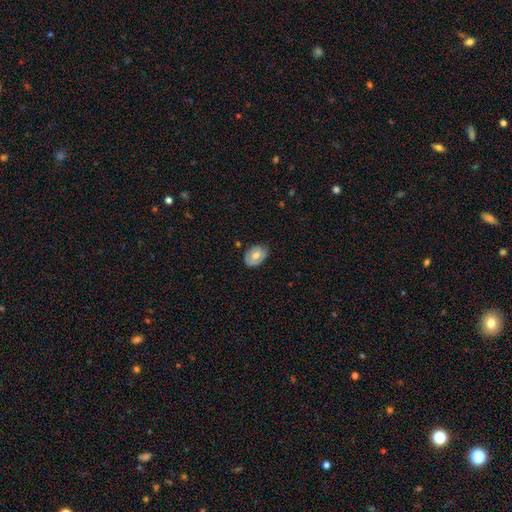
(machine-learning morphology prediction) smooth-or-featured: smooth: 63% | featured or disk: 30% | star or artifact: 7%
  how-rounded: in between: 81% | round: 18% | cigar-shaped: 1%
  merging: none: 73% | minor disturbance: 22% | major disturbance: 4% | merger: 2%